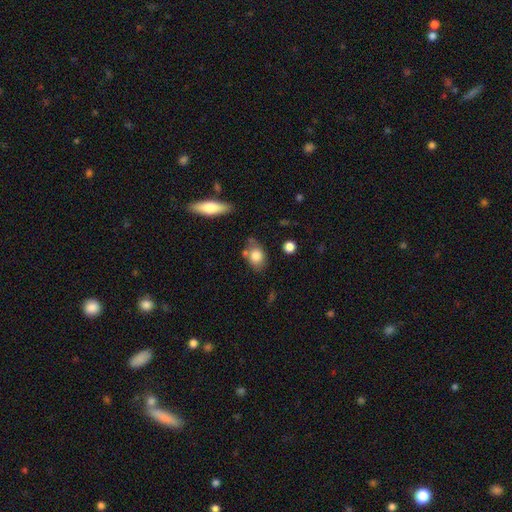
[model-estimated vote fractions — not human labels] Smooth or featured? smooth (80%)
How rounded? in between (68%)
Merging? none (62%)